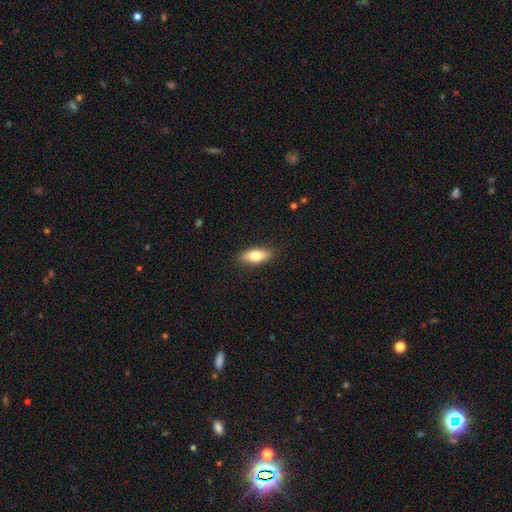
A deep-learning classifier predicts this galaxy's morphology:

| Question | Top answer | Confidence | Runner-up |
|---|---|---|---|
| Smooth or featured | smooth | 73% | featured or disk (20%) |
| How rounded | in between | 76% | cigar-shaped (21%) |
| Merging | none | 88% | minor disturbance (9%) |